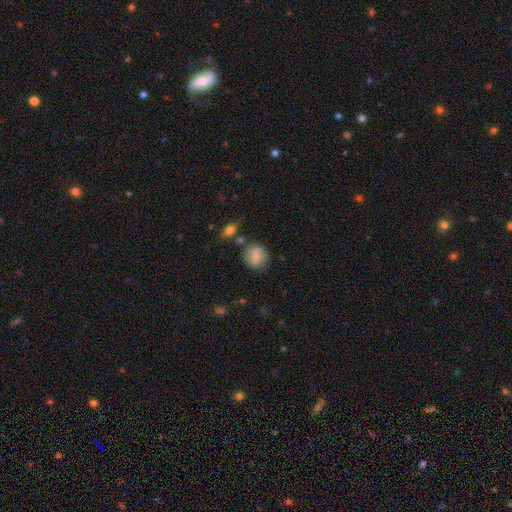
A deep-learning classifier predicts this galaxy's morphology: Q: Smooth or featured?
A: smooth (77%); runner-up: featured or disk (15%)
Q: How rounded?
A: round (80%); runner-up: in between (19%)
Q: Merging?
A: none (75%); runner-up: minor disturbance (15%)